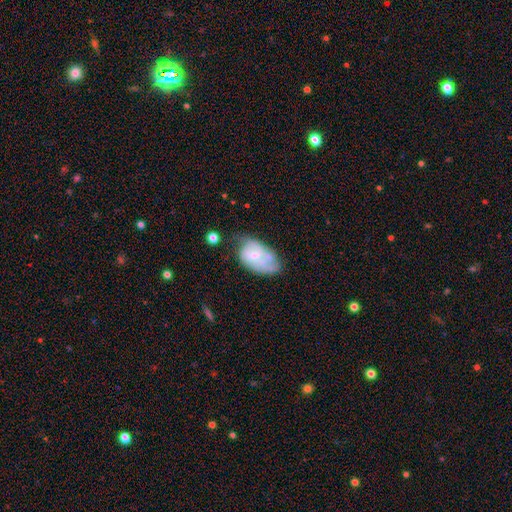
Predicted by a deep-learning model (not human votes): Smooth or featured?
  - featured or disk: 55% *
  - smooth: 37%
  - star or artifact: 8%
Edge-on disk?
  - no: 96% *
  - yes: 4%
Bar?
  - no: 69% *
  - weak: 26%
  - strong: 4%
Spiral arms?
  - yes: 66% *
  - no: 34%
Bulge size?
  - small: 63% *
  - moderate: 28%
  - none: 6%
  - large: 2%
  - dominant: 1%
Merging?
  - none: 38% *
  - minor disturbance: 34%
  - major disturbance: 20%
  - merger: 7%